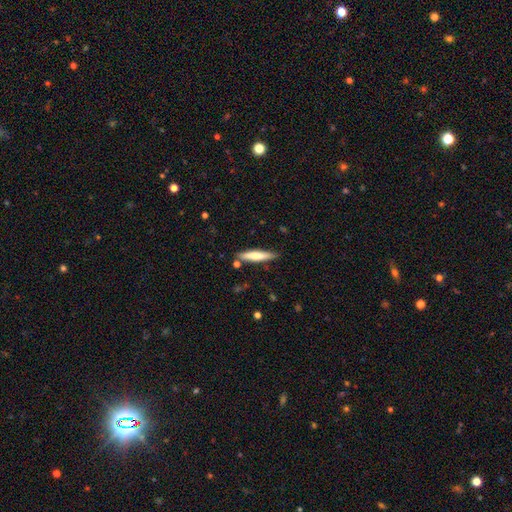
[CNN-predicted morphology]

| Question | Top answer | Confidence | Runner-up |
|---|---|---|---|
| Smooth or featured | smooth | 65% | featured or disk (30%) |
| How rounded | cigar-shaped | 87% | in between (11%) |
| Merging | none | 82% | minor disturbance (12%) |